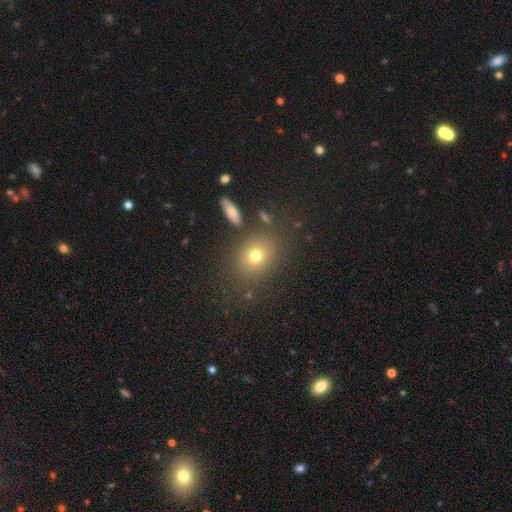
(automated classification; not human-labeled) A smooth galaxy with no disk features (73%) that is round (58%). Merging: none (79%).